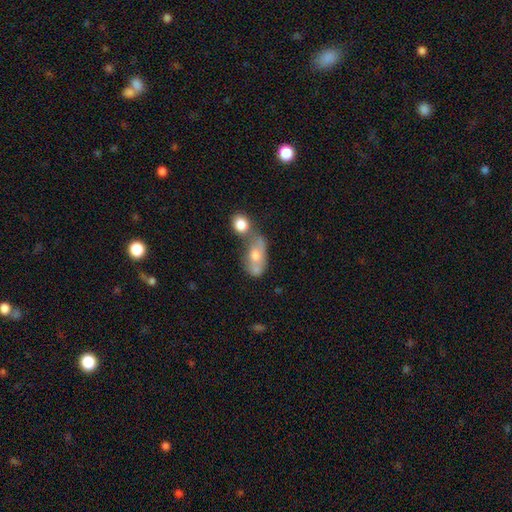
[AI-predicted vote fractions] Q: Smooth or featured?
A: smooth (55%); runner-up: featured or disk (36%)
Q: How rounded?
A: in between (78%); runner-up: round (18%)
Q: Merging?
A: merger (54%); runner-up: none (21%)